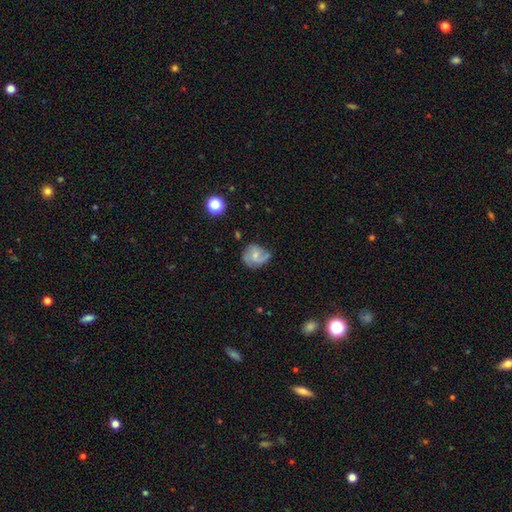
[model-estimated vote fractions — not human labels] Smooth or featured?
  - featured or disk: 53% *
  - smooth: 39%
  - star or artifact: 8%
Edge-on disk?
  - no: 97% *
  - yes: 3%
Bar?
  - no: 59% *
  - weak: 34%
  - strong: 6%
Spiral arms?
  - yes: 80% *
  - no: 20%
Bulge size?
  - small: 53% *
  - moderate: 38%
  - none: 6%
  - large: 2%
  - dominant: 1%
Merging?
  - none: 51% *
  - minor disturbance: 30%
  - major disturbance: 14%
  - merger: 4%